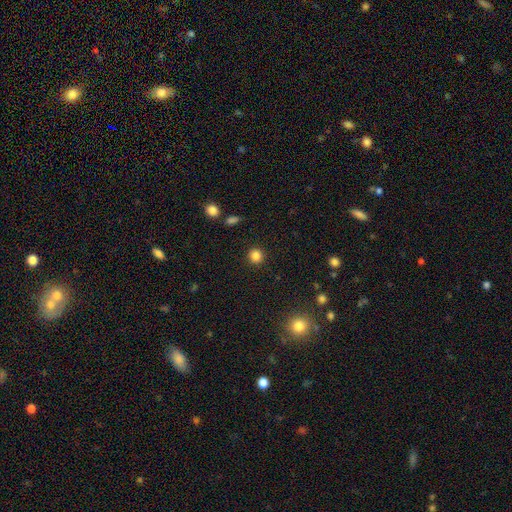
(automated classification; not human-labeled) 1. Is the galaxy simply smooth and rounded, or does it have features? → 84% smooth, 12% star or artifact, 4% featured or disk.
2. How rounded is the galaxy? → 93% round, 6% in between, 1% cigar-shaped.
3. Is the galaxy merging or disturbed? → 91% none, 5% minor disturbance, 2% major disturbance, 1% merger.